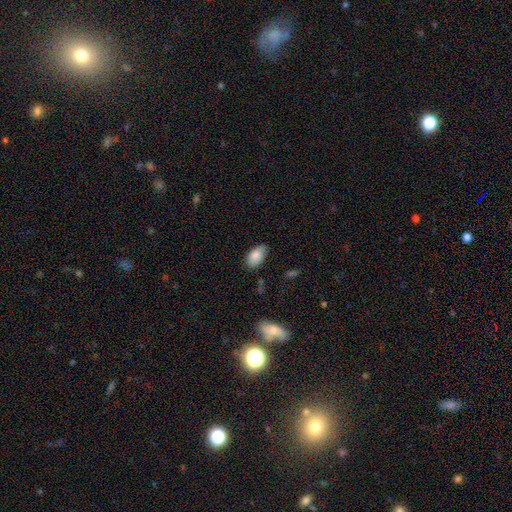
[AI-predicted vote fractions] Q: Smooth or featured?
A: smooth (86%); runner-up: featured or disk (7%)
Q: How rounded?
A: in between (94%); runner-up: round (4%)
Q: Merging?
A: none (75%); runner-up: minor disturbance (20%)